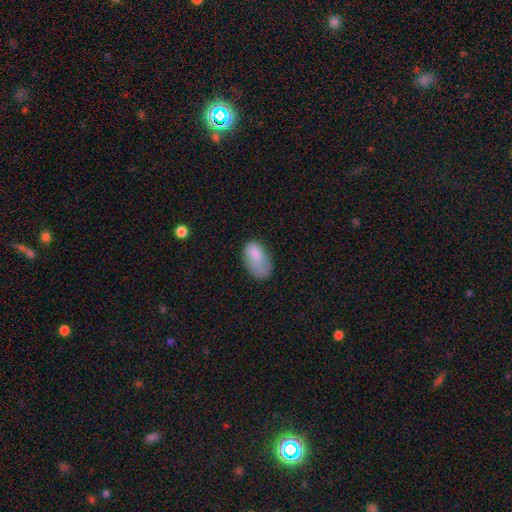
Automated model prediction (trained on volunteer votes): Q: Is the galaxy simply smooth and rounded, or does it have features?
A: smooth — 81%.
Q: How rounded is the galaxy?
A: in between — 94%.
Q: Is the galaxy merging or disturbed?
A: none — 40%.